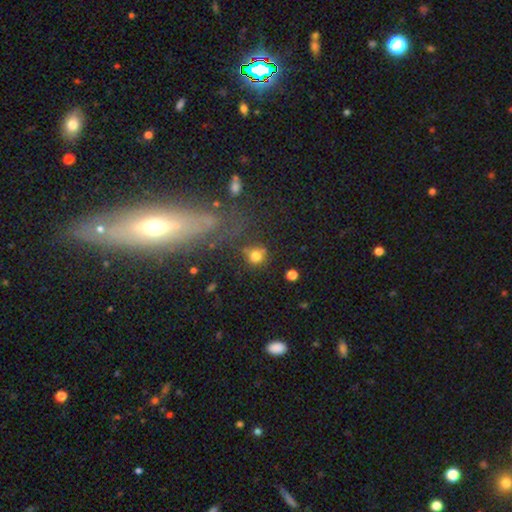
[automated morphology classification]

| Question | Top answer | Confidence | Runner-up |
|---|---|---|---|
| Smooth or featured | smooth | 77% | star or artifact (14%) |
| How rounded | round | 87% | in between (12%) |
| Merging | none | 67% | minor disturbance (15%) |